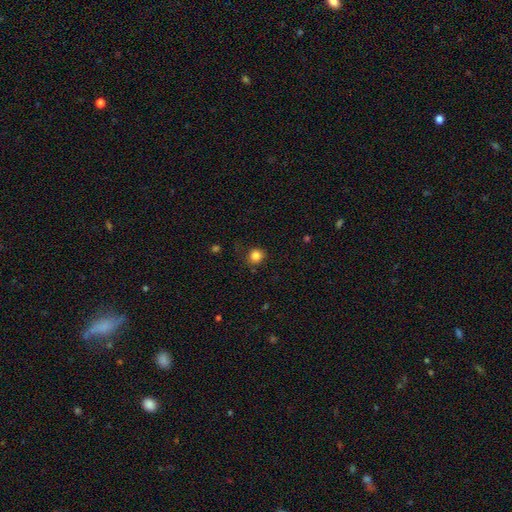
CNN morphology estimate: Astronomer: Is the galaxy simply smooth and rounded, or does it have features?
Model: smooth — 84%.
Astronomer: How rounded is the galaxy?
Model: round — 87%.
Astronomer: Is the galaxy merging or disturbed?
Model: none — 79%.